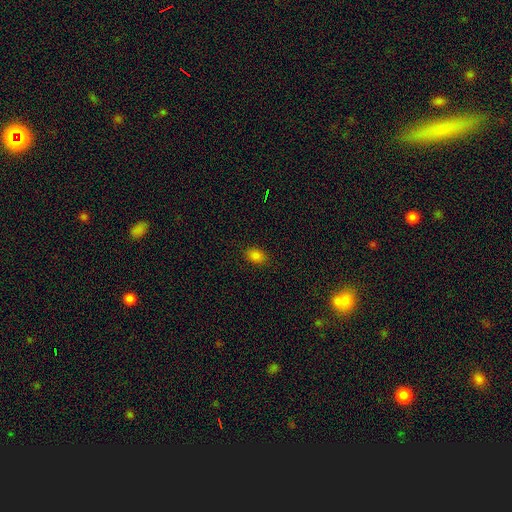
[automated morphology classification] A smooth galaxy with no disk features (83%) that is in between round and cigar-shaped (84%). Merging: none (87%).